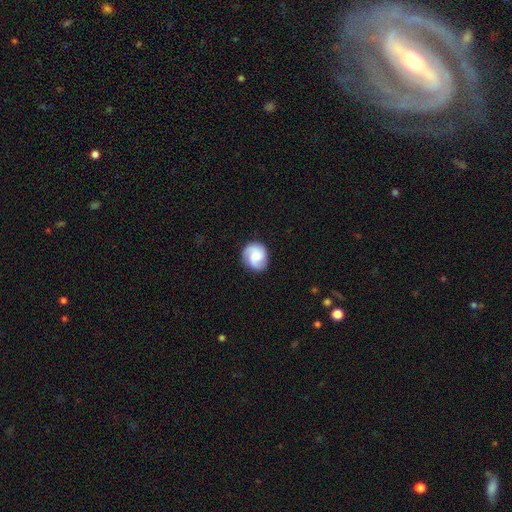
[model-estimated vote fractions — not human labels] The model was most divided on "smooth or featured": featured or disk: 51%, smooth: 42%, star or artifact: 8%. More confident: edge-on disk — no (98%); merging — none (83%).